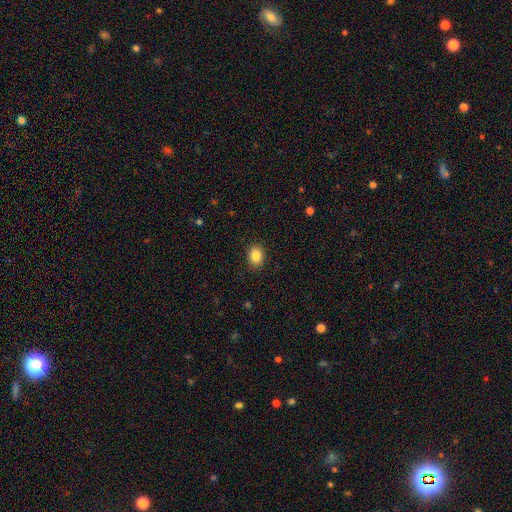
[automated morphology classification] Overall: smooth (86%). How rounded: in between (54%; round 45%). Merging: none (89%).